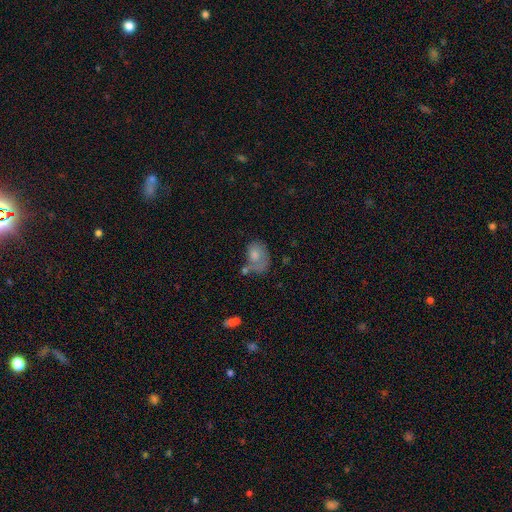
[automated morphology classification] Smooth or featured? Predicted: smooth (p=0.69). How rounded? Predicted: in between (p=0.73). Merging? Predicted: none (p=0.33).